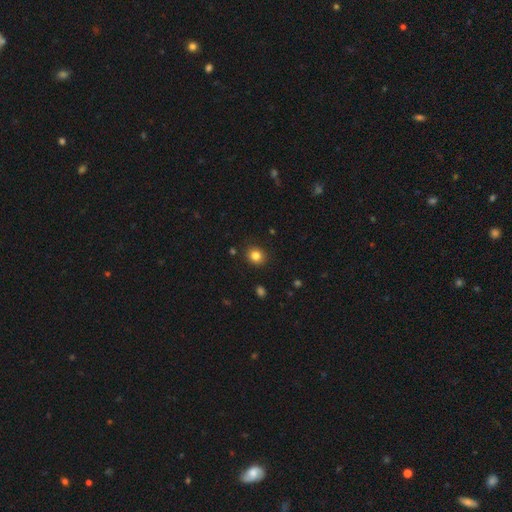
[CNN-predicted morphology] The model was most divided on "how rounded": round: 79%, in between: 20%, cigar-shaped: 1%. More confident: merging — none (90%); smooth or featured — smooth (83%).